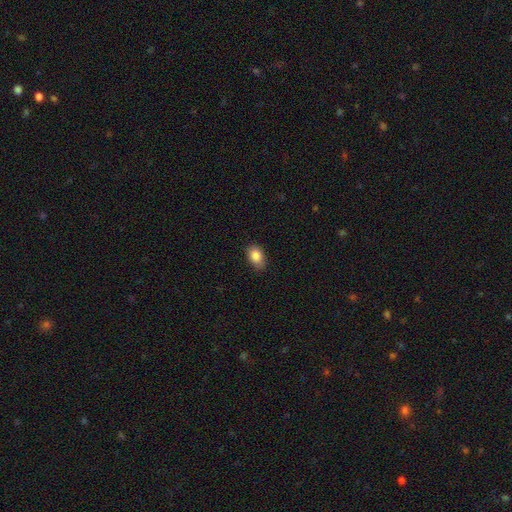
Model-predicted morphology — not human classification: Smooth or featured? Predicted: smooth (p=0.86). How rounded? Predicted: in between (p=0.83). Merging? Predicted: none (p=0.80).